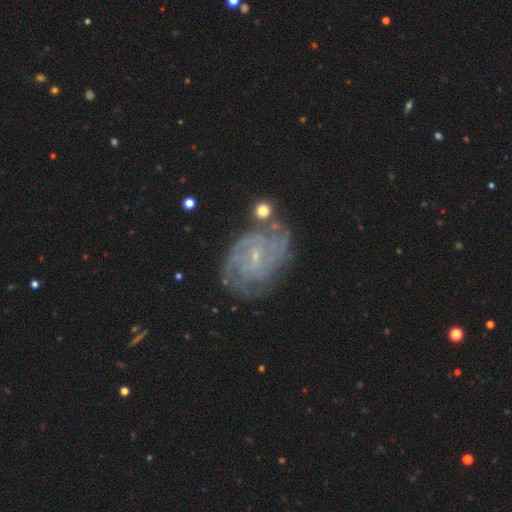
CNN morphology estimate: This appears to be a featured or disk galaxy (84%) with no bar (47%), tight (69%) spiral arms (96%) and a small central bulge (83%). Merging: none (69%).